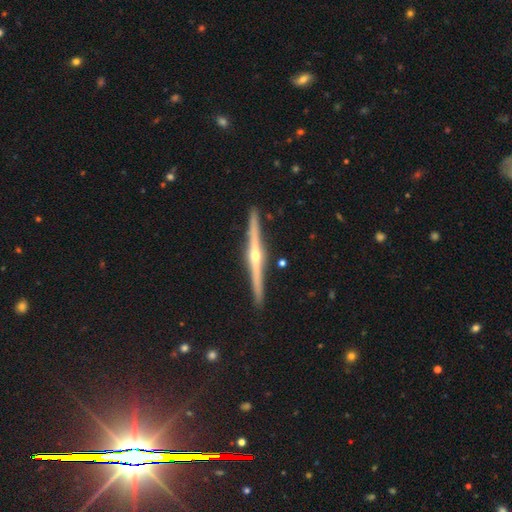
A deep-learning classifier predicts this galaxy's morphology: Q: Smooth or featured?
A: featured or disk (79%); runner-up: star or artifact (11%)
Q: Edge-on disk?
A: yes (97%); runner-up: no (3%)
Q: Edge-on bulge?
A: rounded (87%); runner-up: none (8%)
Q: Merging?
A: none (86%); runner-up: minor disturbance (10%)